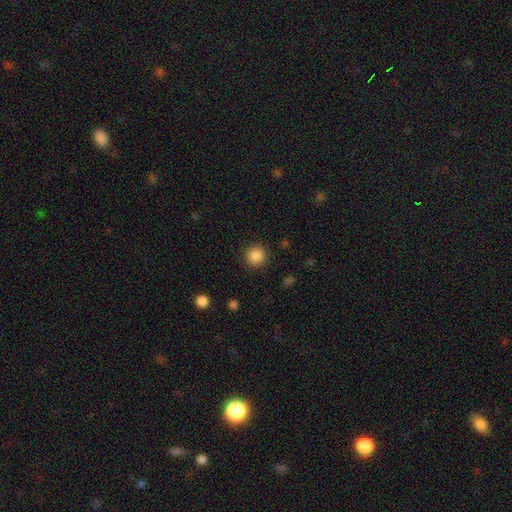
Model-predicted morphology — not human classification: smooth 87%, star or artifact 10%, featured or disk 3%. Down the decision tree: how rounded — round (94%); merging — none (91%).